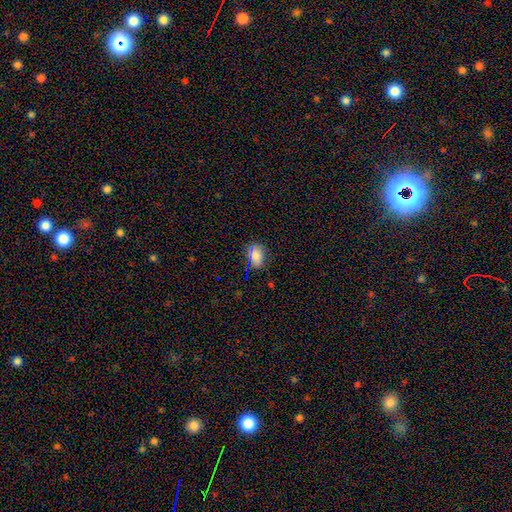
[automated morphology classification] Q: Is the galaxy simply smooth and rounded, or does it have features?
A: smooth — 72%.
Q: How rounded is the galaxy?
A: in between — 62%.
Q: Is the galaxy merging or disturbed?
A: none — 80%.